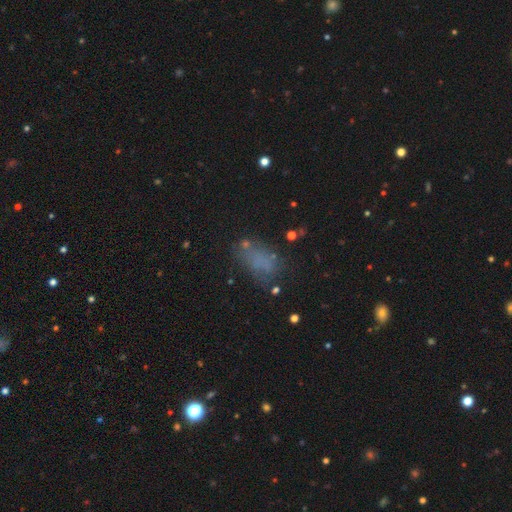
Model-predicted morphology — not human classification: smooth_or_featured: smooth (p=0.58) [alt: star or artifact p=0.22]
how_rounded: in between (p=0.84) [alt: round p=0.10]
merging: none (p=0.56) [alt: minor disturbance p=0.20]